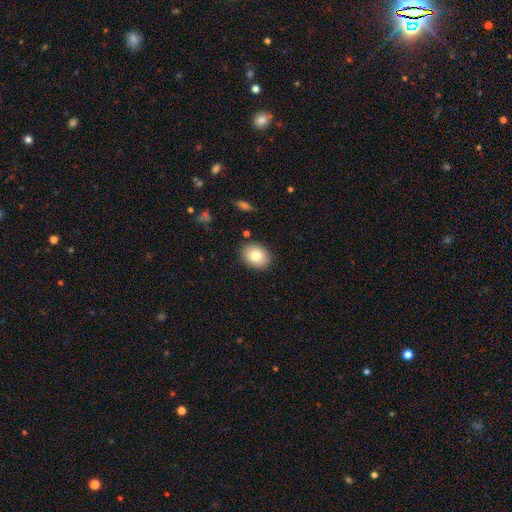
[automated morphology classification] smooth 81%, featured or disk 10%, star or artifact 8%. Down the decision tree: how rounded — in between (64%); merging — none (88%).